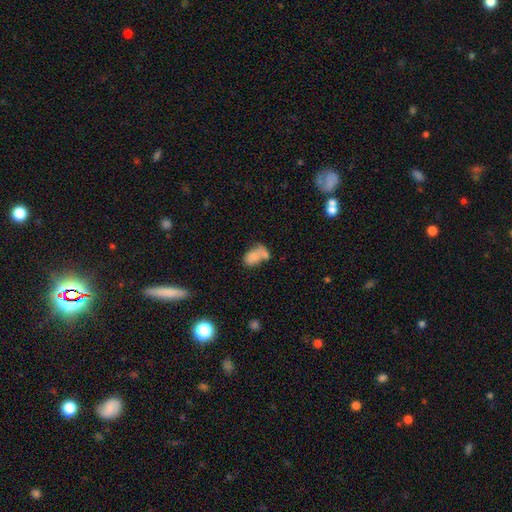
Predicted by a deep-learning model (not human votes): Morphology: type=smooth (72%); roundness=in between (86%); merging=merger (49%).